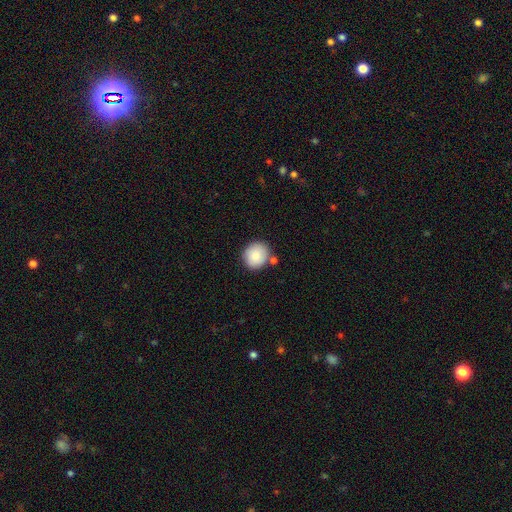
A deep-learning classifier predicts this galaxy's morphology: Overall: smooth (86%). How rounded: round (81%). Merging: none (75%).